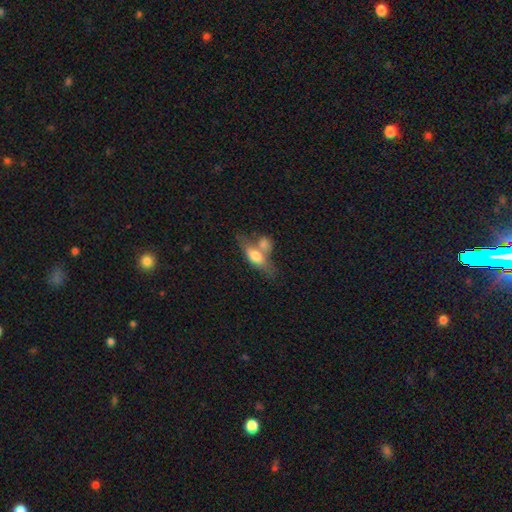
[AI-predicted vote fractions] The model was most divided on "merging": merger: 54%, none: 27%, minor disturbance: 11%, major disturbance: 7%. More confident: how rounded — in between (73%); smooth or featured — smooth (64%).